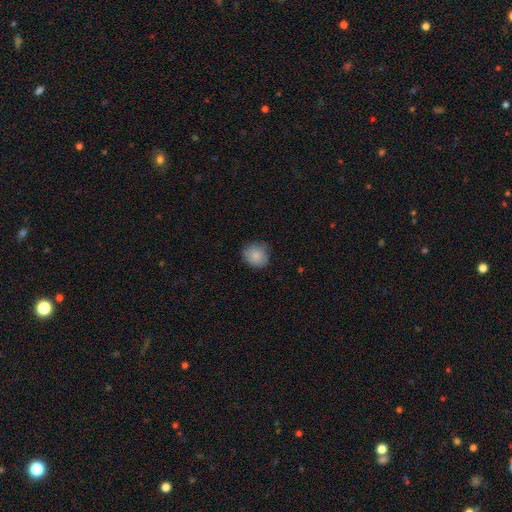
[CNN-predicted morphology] type=smooth (84%); roundness=round (84%); merging=none (77%).